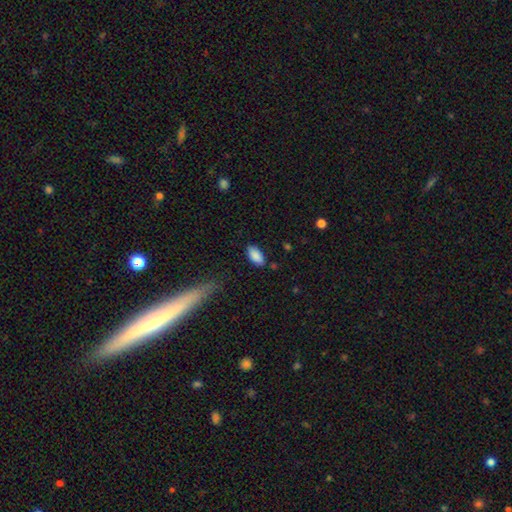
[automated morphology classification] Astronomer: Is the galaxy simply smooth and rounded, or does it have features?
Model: smooth — 88%.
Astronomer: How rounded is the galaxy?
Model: in between — 93%.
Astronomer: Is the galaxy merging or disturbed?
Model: none — 82%.